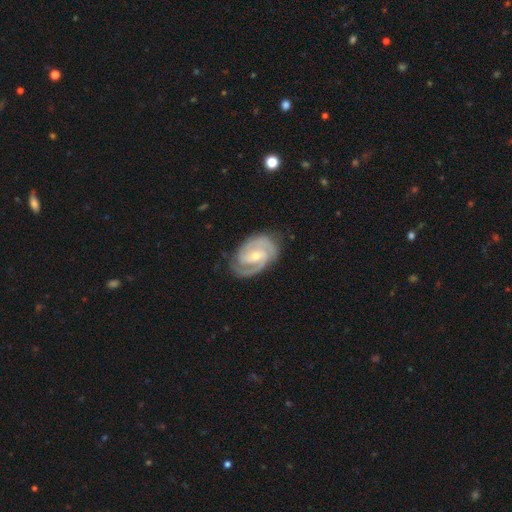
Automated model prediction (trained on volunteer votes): smooth-or-featured: featured or disk: 89% | smooth: 6% | star or artifact: 4%
  disk-edge-on: no: 97% | yes: 3%
    bar: weak: 43% | no: 40% | strong: 17%
    has-spiral-arms: yes: 98% | no: 2%
      spiral-winding: tight: 58% | medium: 37% | loose: 6%
      spiral-arm-count: 2: 64% | 3: 20% | can't tell: 8% | 1: 3% | 4: 3% | more than 4: 2%
    bulge-size: small: 51% | moderate: 47% | large: 1% | none: 1% | dominant: 1%
  merging: none: 77% | minor disturbance: 17% | major disturbance: 5% | merger: 1%